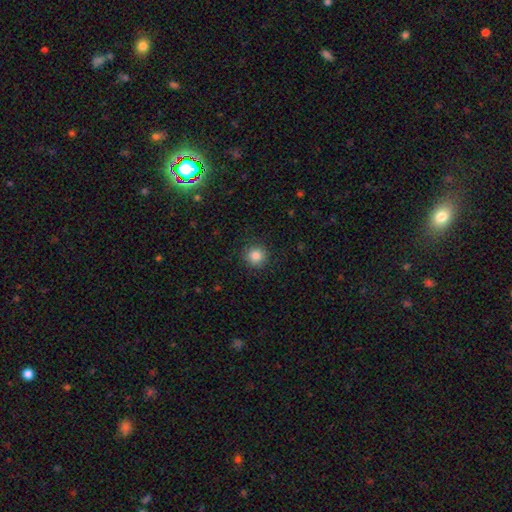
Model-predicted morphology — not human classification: type=smooth (84%); roundness=round (94%); merging=none (90%).